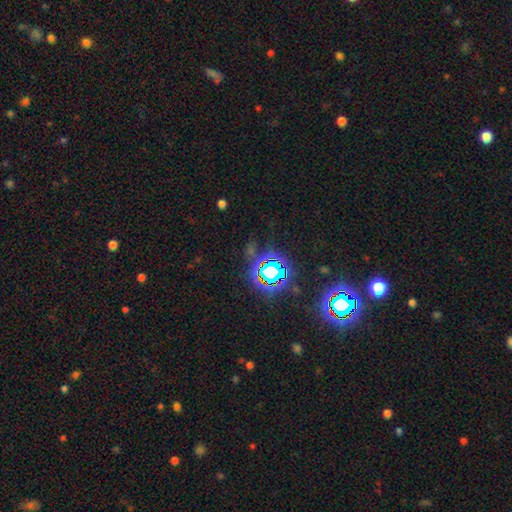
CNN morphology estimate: A star or artifact, not a galaxy (83%).